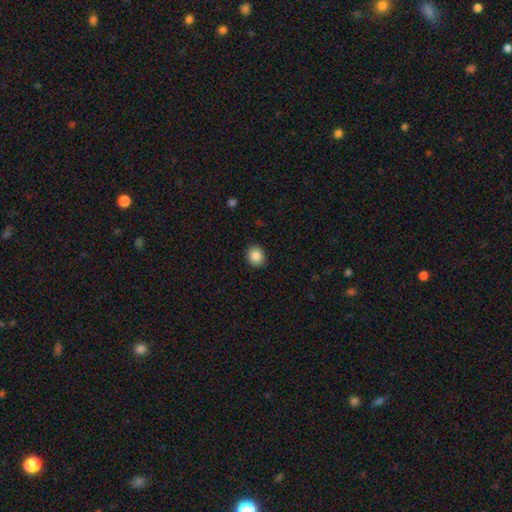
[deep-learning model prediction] Morphology: type=smooth (86%); roundness=round (74%); merging=none (91%).